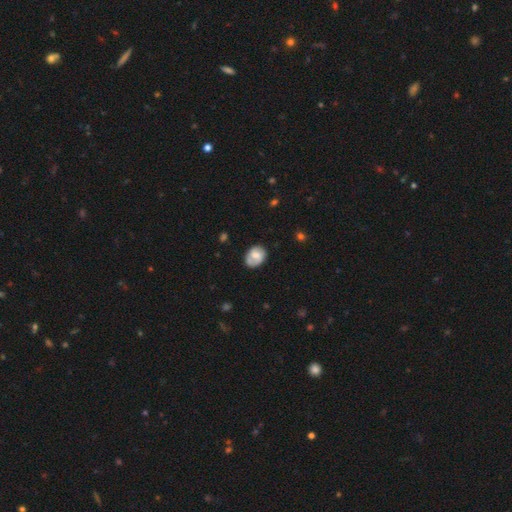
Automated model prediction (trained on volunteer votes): This appears to be a smooth galaxy with no disk features (60%) that is in between round and cigar-shaped (56%). Merging: none (63%).